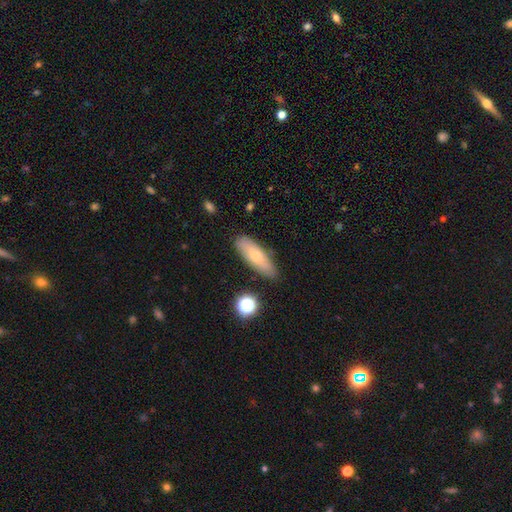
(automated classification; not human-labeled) Smooth or featured?
  - smooth: 61% *
  - featured or disk: 32%
  - star or artifact: 8%
How rounded?
  - in between: 50% *
  - cigar-shaped: 47%
  - round: 3%
Merging?
  - none: 85% *
  - minor disturbance: 11%
  - major disturbance: 2%
  - merger: 2%